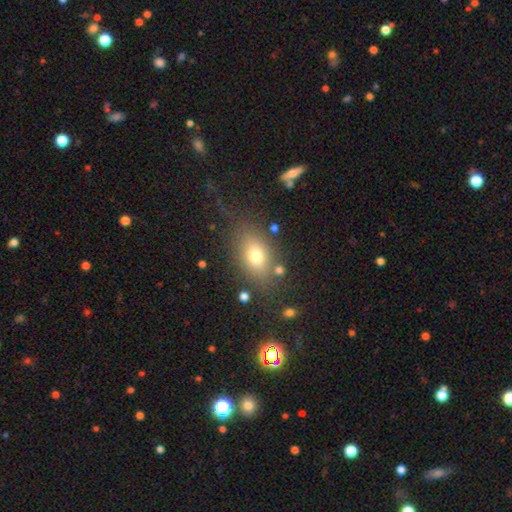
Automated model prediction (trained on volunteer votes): smooth_or_featured: smooth (p=0.73) [alt: featured or disk p=0.14]
how_rounded: in between (p=0.77) [alt: round p=0.20]
merging: none (p=0.75) [alt: minor disturbance p=0.13]